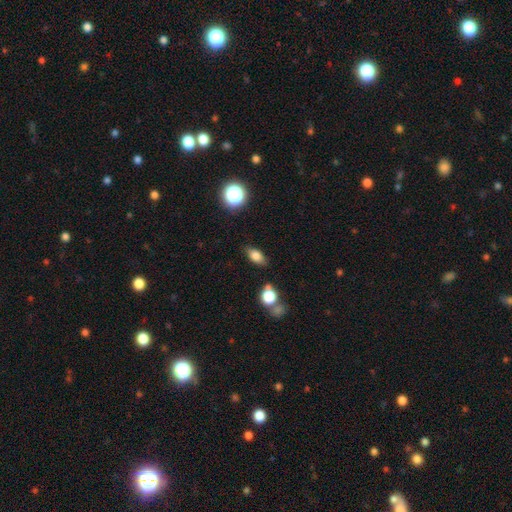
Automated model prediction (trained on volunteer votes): A smooth galaxy with no disk features (78%) that is in between round and cigar-shaped (83%).

Vote fractions:
- Smooth or featured? smooth: 78% / star or artifact: 11% / featured or disk: 11%
- How rounded? in between: 83% / round: 10% / cigar-shaped: 7%
- Merging? none: 83% / minor disturbance: 11% / merger: 3% / major disturbance: 3%